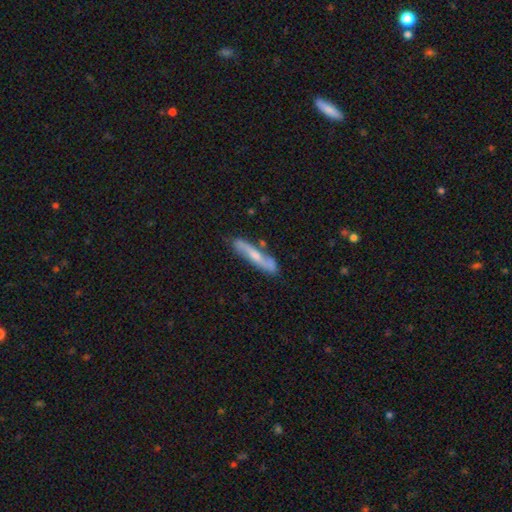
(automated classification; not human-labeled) This is possibly a featured or disk galaxy (59%). It is possibly not viewed edge-on (54%). Merging: likely none (75%).